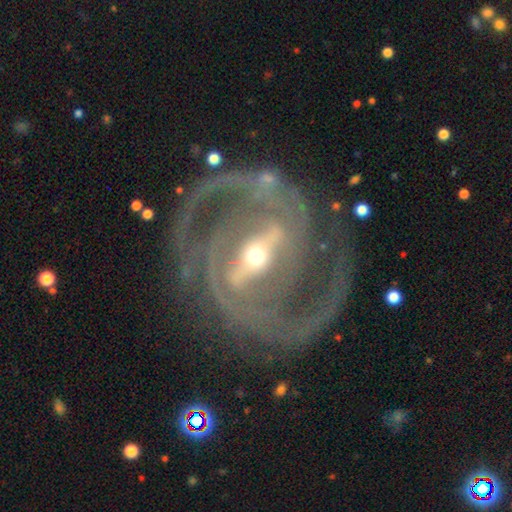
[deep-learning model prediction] smooth-or-featured: featured or disk: 91% | star or artifact: 5% | smooth: 4%
  disk-edge-on: no: 96% | yes: 4%
    bar: strong: 70% | weak: 22% | no: 9%
    has-spiral-arms: yes: 93% | no: 7%
      spiral-winding: medium: 47% | tight: 40% | loose: 12%
      spiral-arm-count: 2: 77% | can't tell: 8% | 3: 7% | 1: 3% | 4: 3% | more than 4: 2%
    bulge-size: small: 60% | moderate: 36% | large: 3% | dominant: 1% | none: 1%
  merging: none: 71% | minor disturbance: 15% | major disturbance: 12% | merger: 2%